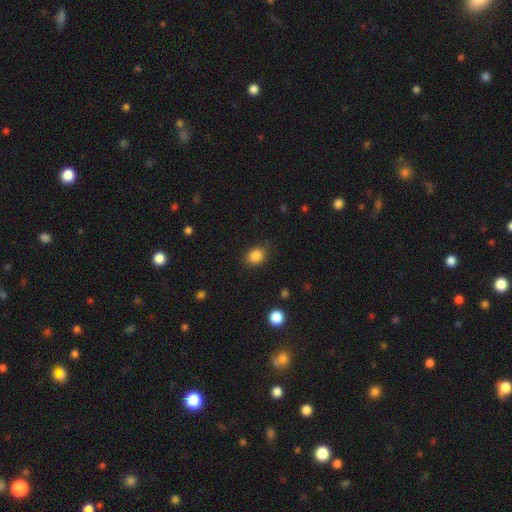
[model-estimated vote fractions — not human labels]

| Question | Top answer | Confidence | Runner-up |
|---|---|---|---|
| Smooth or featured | smooth | 86% | star or artifact (10%) |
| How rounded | round | 54% | in between (45%) |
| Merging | none | 84% | minor disturbance (12%) |